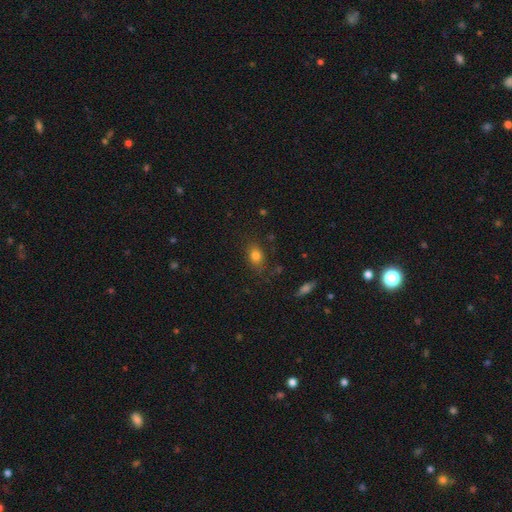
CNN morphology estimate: smooth_or_featured: smooth (p=0.80) [alt: star or artifact p=0.12]
how_rounded: in between (p=0.70) [alt: round p=0.28]
merging: none (p=0.79) [alt: minor disturbance p=0.14]